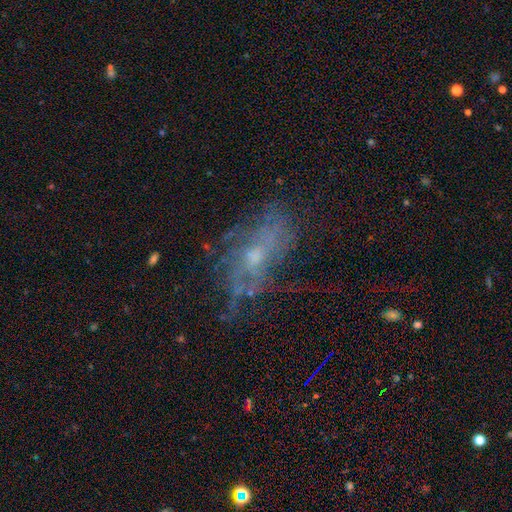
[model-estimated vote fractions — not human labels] featured or disk 59%, smooth 22%, star or artifact 19%. Down the decision tree: edge-on disk — no (90%); bar — no (77%); spiral arms — no (51%); bulge size — small (46%); merging — none (56%).